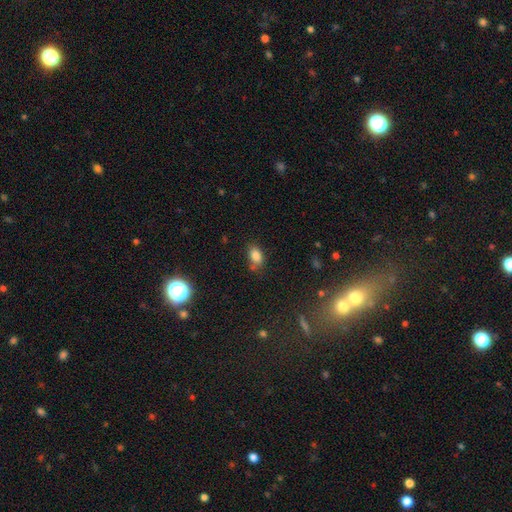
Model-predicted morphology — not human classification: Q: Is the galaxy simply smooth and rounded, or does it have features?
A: smooth — 82%.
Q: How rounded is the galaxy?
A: in between — 84%.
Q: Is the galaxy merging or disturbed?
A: none — 65%.